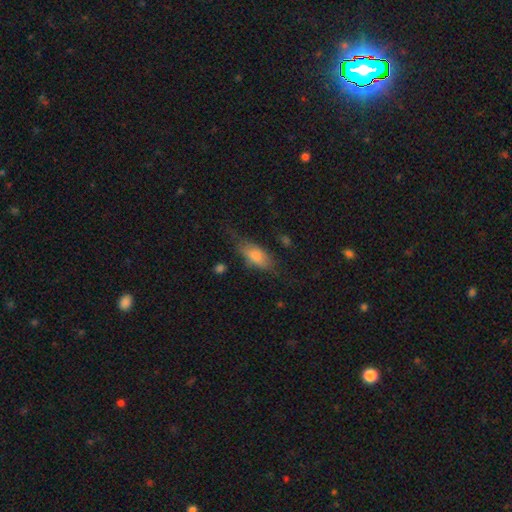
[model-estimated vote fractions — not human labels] smooth_or_featured: smooth (p=0.72) [alt: featured or disk p=0.20]
how_rounded: in between (p=0.78) [alt: cigar-shaped p=0.19]
merging: none (p=0.57) [alt: minor disturbance p=0.28]